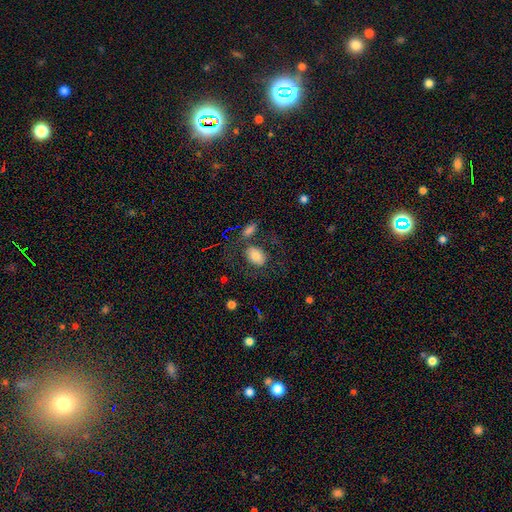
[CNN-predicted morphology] Q: Smooth or featured?
A: smooth (78%); runner-up: featured or disk (13%)
Q: How rounded?
A: in between (79%); runner-up: round (20%)
Q: Merging?
A: none (65%); runner-up: minor disturbance (14%)